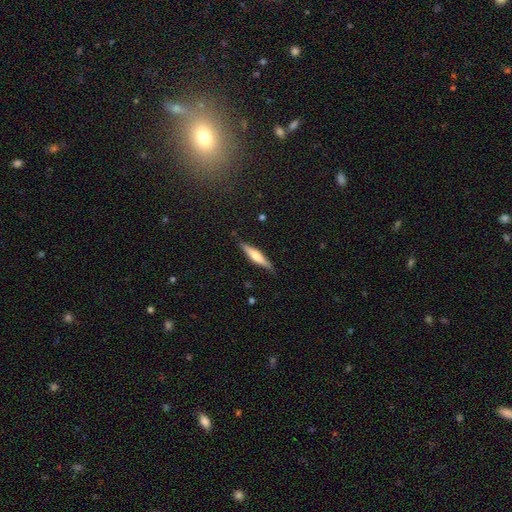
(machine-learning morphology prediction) Smooth or featured? featured or disk (54%)
Edge-on disk? yes (96%)
Edge-on bulge? rounded (78%)
Merging? none (86%)